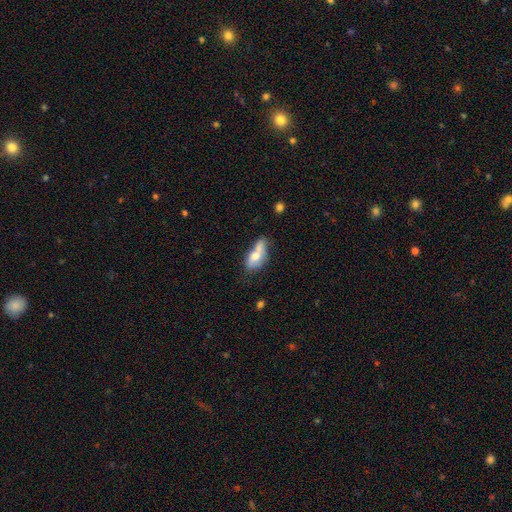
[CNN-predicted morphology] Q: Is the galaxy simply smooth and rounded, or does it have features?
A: smooth — 60%.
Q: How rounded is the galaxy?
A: in between — 82%.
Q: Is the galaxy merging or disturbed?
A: none — 31%.